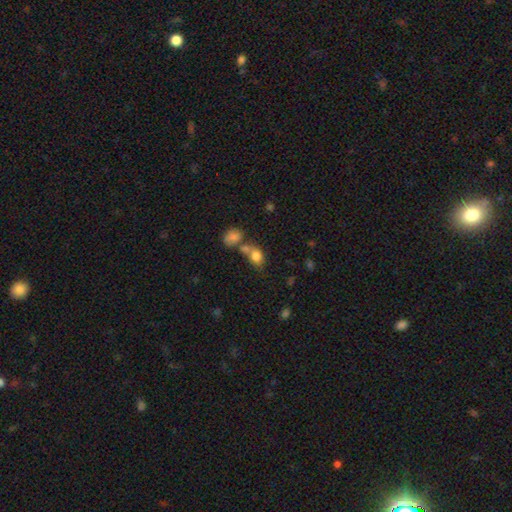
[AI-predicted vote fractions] The model was most divided on "merging": merger: 41%, none: 37%, minor disturbance: 14%, major disturbance: 7%. More confident: smooth or featured — smooth (79%); how rounded — in between (63%).